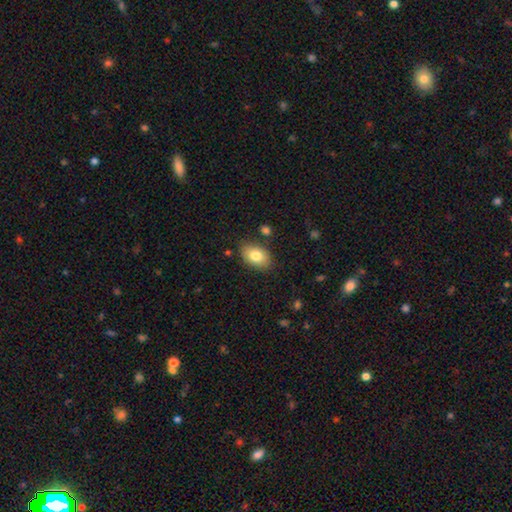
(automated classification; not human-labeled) Smooth or featured? Predicted: smooth (p=0.81). How rounded? Predicted: in between (p=0.87). Merging? Predicted: none (p=0.83).